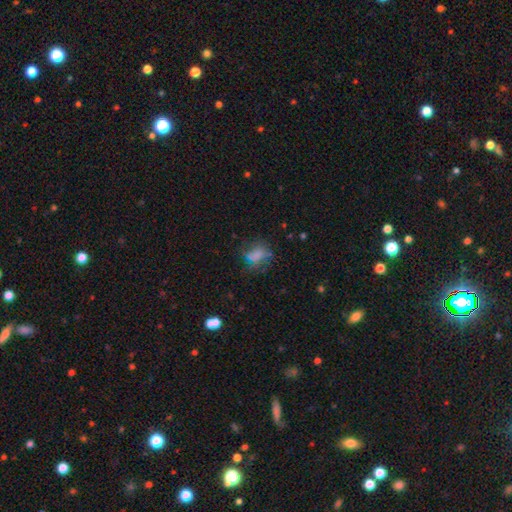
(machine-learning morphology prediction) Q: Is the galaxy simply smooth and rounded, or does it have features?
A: smooth — 59%.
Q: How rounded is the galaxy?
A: in between — 58%.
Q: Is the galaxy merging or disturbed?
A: none — 49%.